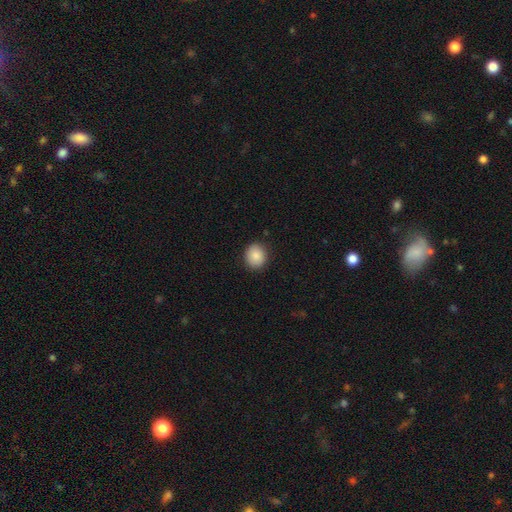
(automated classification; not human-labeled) smooth 88%, star or artifact 8%, featured or disk 4%. Down the decision tree: how rounded — round (76%); merging — none (89%).